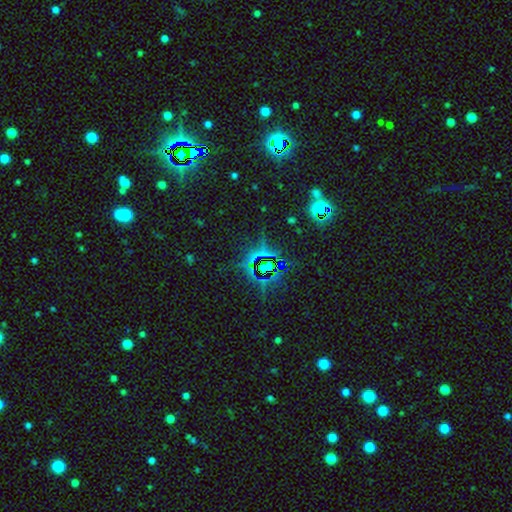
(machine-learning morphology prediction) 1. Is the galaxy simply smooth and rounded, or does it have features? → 69% star or artifact, 17% featured or disk, 13% smooth.